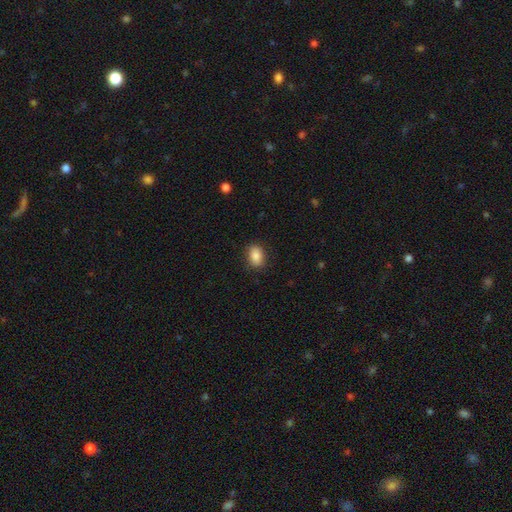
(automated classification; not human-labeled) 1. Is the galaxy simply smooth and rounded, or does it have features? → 87% smooth, 8% star or artifact, 5% featured or disk.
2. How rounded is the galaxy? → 82% in between, 17% round, 1% cigar-shaped.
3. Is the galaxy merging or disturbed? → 87% none, 10% minor disturbance, 3% major disturbance, 1% merger.